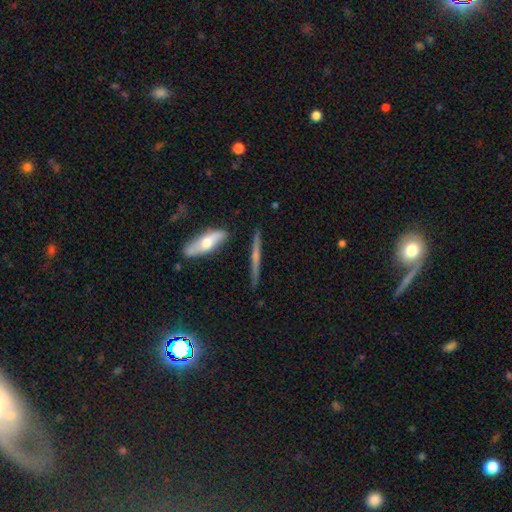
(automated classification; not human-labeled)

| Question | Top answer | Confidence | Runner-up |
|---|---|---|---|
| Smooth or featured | featured or disk | 59% | smooth (30%) |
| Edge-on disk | yes | 94% | no (6%) |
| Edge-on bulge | rounded | 53% | none (37%) |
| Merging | none | 82% | minor disturbance (12%) |